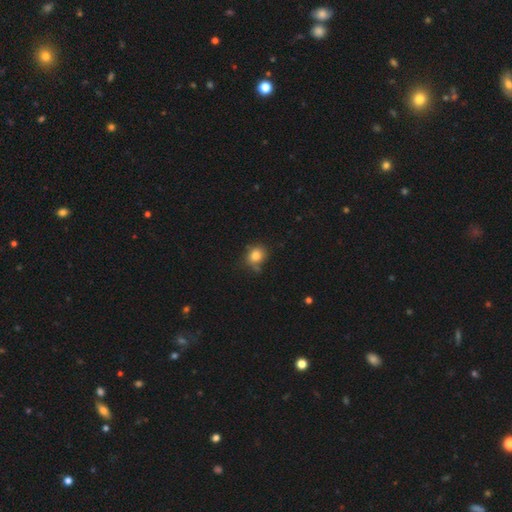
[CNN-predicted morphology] This is clearly a smooth galaxy (81%). How rounded: likely round (74%). Merging: likely none (68%).